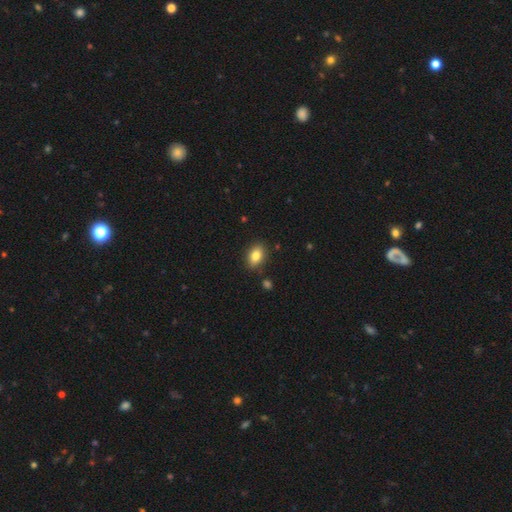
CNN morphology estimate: This appears to be a smooth galaxy with no disk features (83%) that is in between round and cigar-shaped (86%). Merging: none (85%).